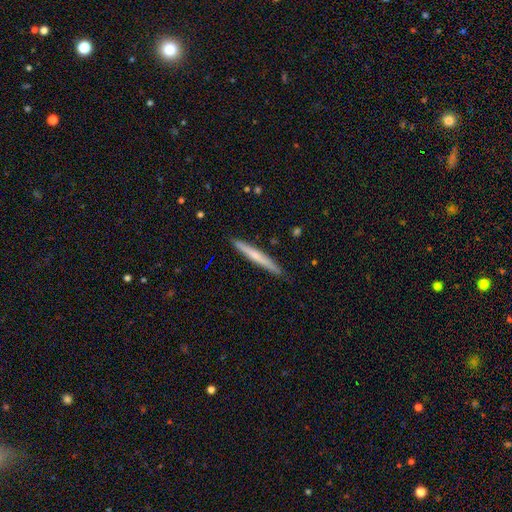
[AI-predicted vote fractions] This appears to be a smooth galaxy with no disk features (52%) that is cigar-shaped (96%). Merging: none (90%).